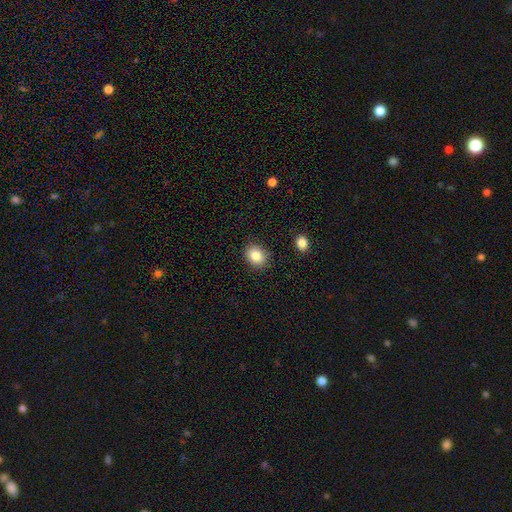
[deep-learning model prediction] This is clearly a smooth galaxy (85%). How rounded: possibly in between (50%, tied with round). Merging: clearly none (87%).